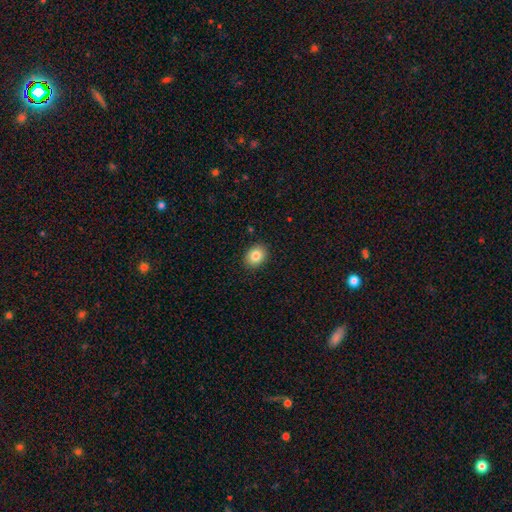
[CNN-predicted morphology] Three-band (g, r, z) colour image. It shows a smooth galaxy with no disk features (84%) that is round (51%). Merging: none (90%).